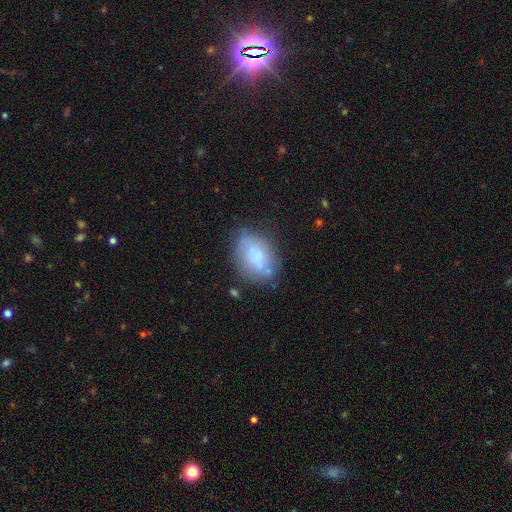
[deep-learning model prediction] The model was most divided on "merging": none: 59%, minor disturbance: 25%, major disturbance: 9%, merger: 8%. More confident: how rounded — in between (80%); smooth or featured — smooth (66%).